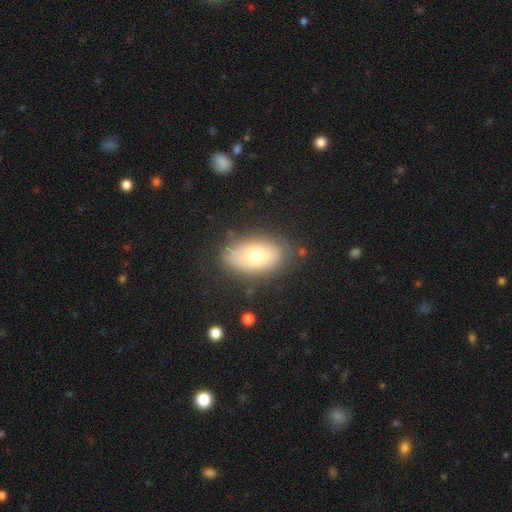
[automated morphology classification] Smooth or featured: smooth — 62% (featured or disk — 30%)
How rounded: in between — 92% (round — 6%)
Merging: none — 80% (minor disturbance — 14%)